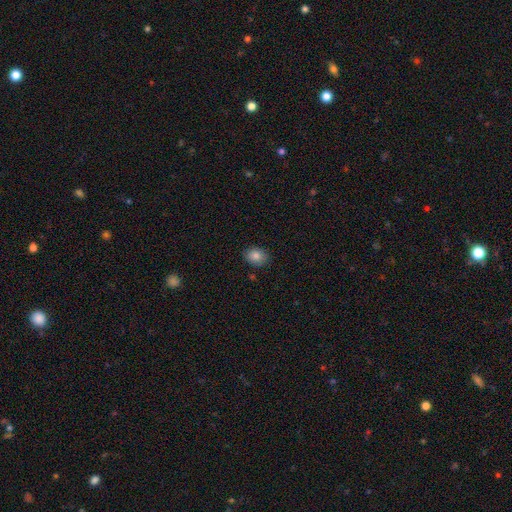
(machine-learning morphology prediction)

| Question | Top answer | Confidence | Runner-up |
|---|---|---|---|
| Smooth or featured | smooth | 84% | star or artifact (9%) |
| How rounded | in between | 53% | round (46%) |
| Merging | none | 86% | minor disturbance (10%) |